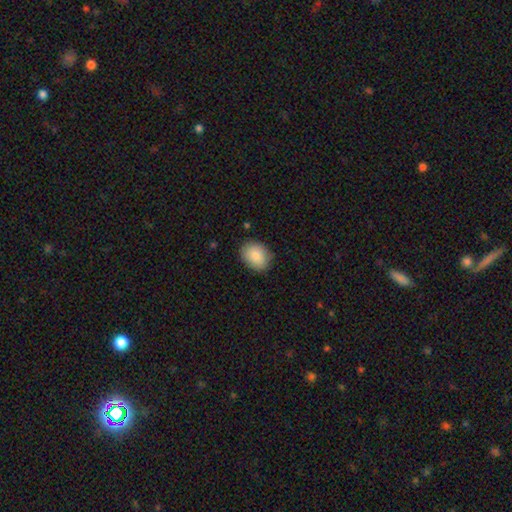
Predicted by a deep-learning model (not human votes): Smooth or featured? smooth (86%)
How rounded? in between (66%)
Merging? none (84%)